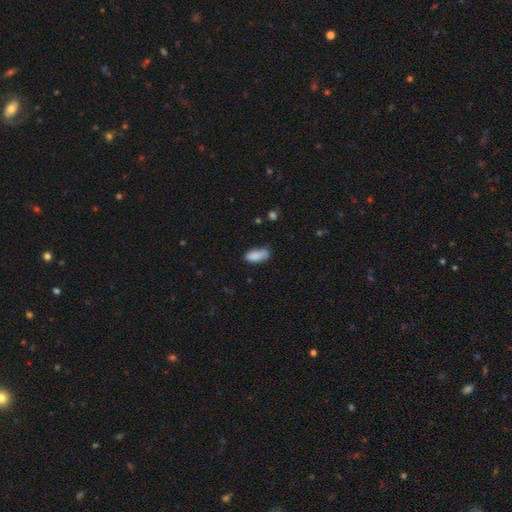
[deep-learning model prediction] smooth 86%, star or artifact 8%, featured or disk 7%. Down the decision tree: how rounded — in between (87%); merging — none (59%).